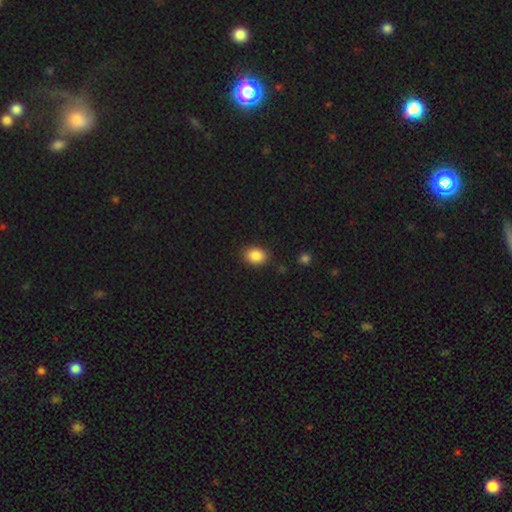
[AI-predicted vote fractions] smooth-or-featured: smooth: 88% | star or artifact: 9% | featured or disk: 4%
  how-rounded: in between: 63% | round: 36% | cigar-shaped: 1%
  merging: none: 86% | minor disturbance: 10% | major disturbance: 3% | merger: 2%